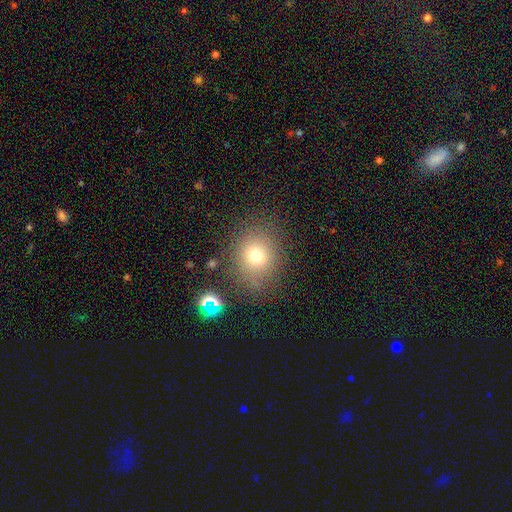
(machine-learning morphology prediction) smooth_or_featured: smooth (p=0.71) [alt: star or artifact p=0.17]
how_rounded: round (p=0.76) [alt: in between p=0.23]
merging: none (p=0.78) [alt: minor disturbance p=0.12]